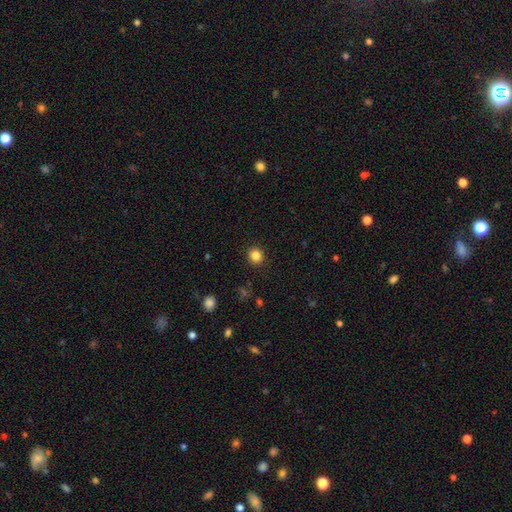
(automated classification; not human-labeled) smooth_or_featured: smooth (p=0.85) [alt: star or artifact p=0.11]
how_rounded: round (p=0.91) [alt: in between p=0.08]
merging: none (p=0.92) [alt: minor disturbance p=0.05]